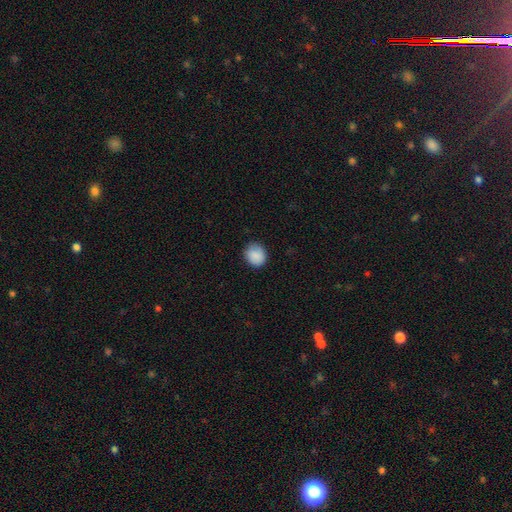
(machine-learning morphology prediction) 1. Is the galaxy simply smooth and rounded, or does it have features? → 89% smooth, 7% star or artifact, 3% featured or disk.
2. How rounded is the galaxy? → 79% round, 20% in between, 1% cigar-shaped.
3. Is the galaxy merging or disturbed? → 85% none, 11% minor disturbance, 2% major disturbance, 1% merger.